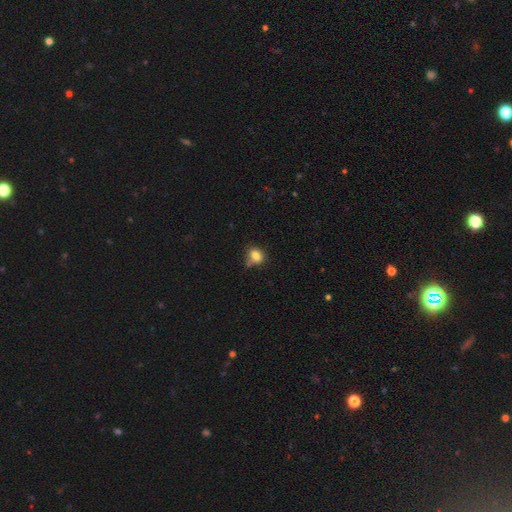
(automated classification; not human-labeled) This is clearly a smooth galaxy (82%). How rounded: possibly in between (53%). Merging: likely none (63%).